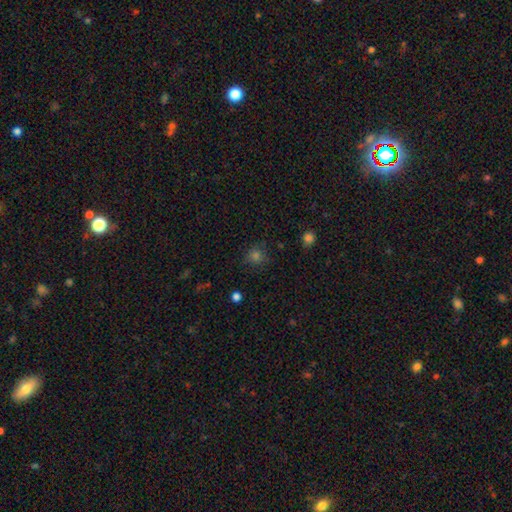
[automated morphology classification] Q: Smooth or featured?
A: smooth (69%); runner-up: star or artifact (25%)
Q: How rounded?
A: round (89%); runner-up: in between (10%)
Q: Merging?
A: none (82%); runner-up: minor disturbance (12%)